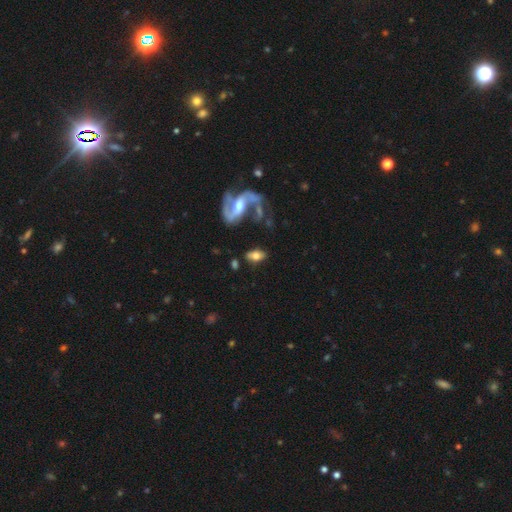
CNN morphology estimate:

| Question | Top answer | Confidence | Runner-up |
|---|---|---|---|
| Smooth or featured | smooth | 55% | featured or disk (37%) |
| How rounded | in between | 88% | round (7%) |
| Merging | none | 69% | minor disturbance (15%) |